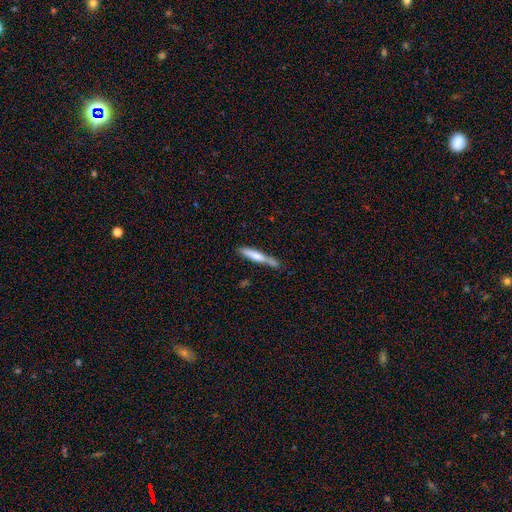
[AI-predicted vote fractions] This appears to be a smooth galaxy with no disk features (61%) that is cigar-shaped (92%). Merging: none (68%).